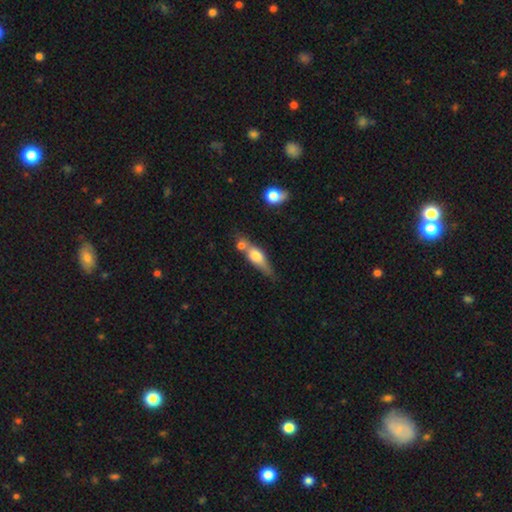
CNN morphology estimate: This appears to be a smooth galaxy with no disk features (54%) that is cigar-shaped (52%). Merging: none (44%).